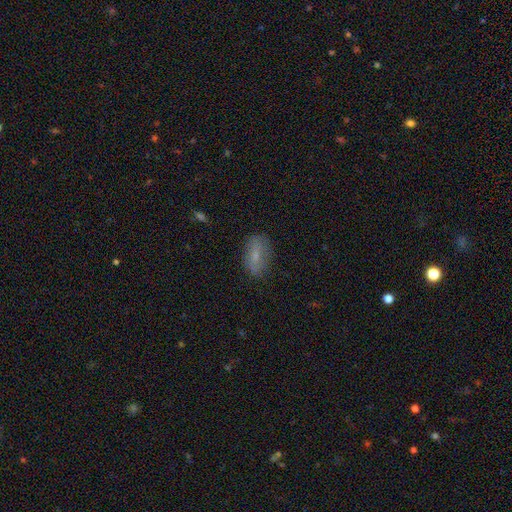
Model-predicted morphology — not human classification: smooth 65%, featured or disk 25%, star or artifact 10%. Down the decision tree: how rounded — in between (86%); merging — none (80%).